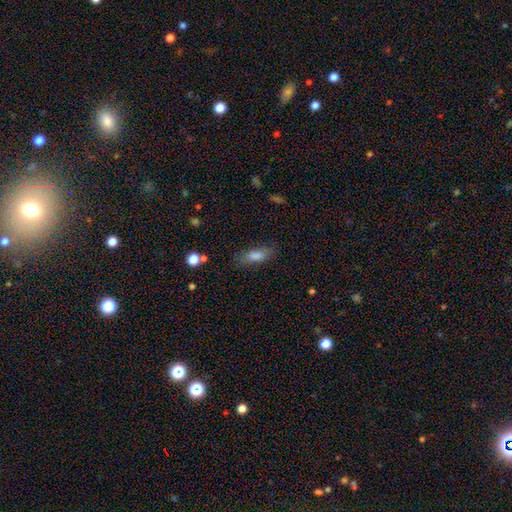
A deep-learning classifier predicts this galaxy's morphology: Smooth or featured? smooth (77%)
How rounded? in between (60%)
Merging? none (81%)